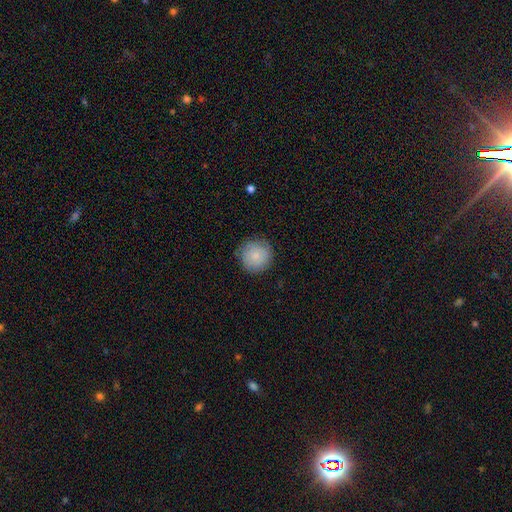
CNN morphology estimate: The model was most divided on "smooth or featured": smooth: 82%, featured or disk: 11%, star or artifact: 7%. More confident: how rounded — round (94%); merging — none (84%).